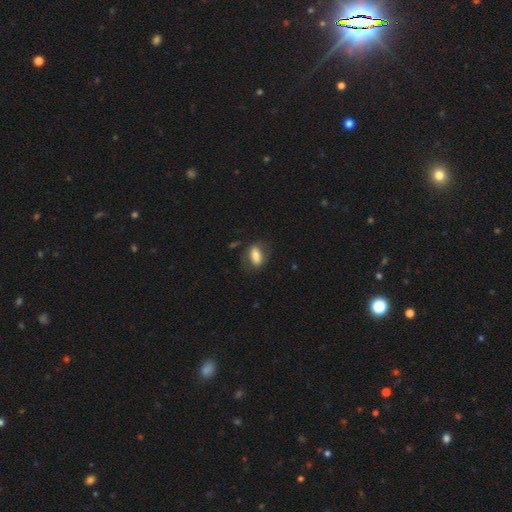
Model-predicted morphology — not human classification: Q: Smooth or featured?
A: smooth (76%); runner-up: featured or disk (17%)
Q: How rounded?
A: in between (83%); runner-up: cigar-shaped (9%)
Q: Merging?
A: none (73%); runner-up: minor disturbance (18%)